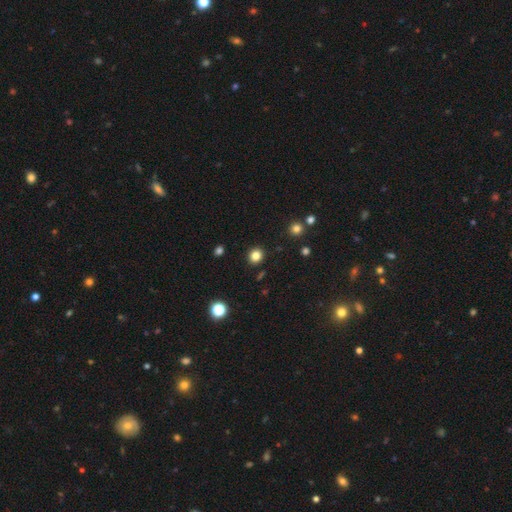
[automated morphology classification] Smooth or featured? smooth (83%)
How rounded? round (81%)
Merging? none (90%)